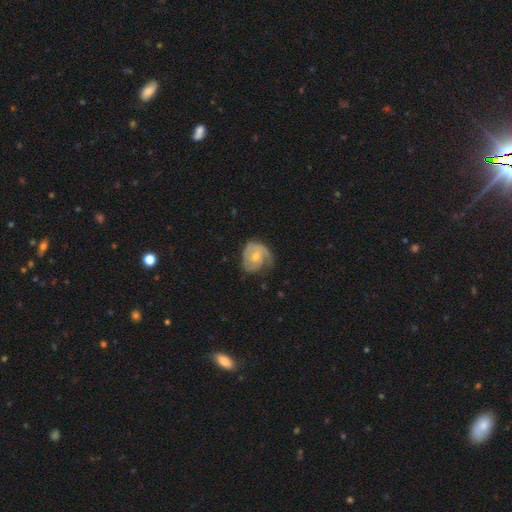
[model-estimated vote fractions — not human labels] Smooth or featured? Predicted: featured or disk (p=0.75). Edge-on disk? Predicted: no (p=0.98). Bar? Predicted: no (p=0.69). Spiral arms? Predicted: yes (p=0.92). Spiral winding? Predicted: tight (p=0.49). Spiral arm count? Predicted: 2 (p=0.42). Bulge size? Predicted: small (p=0.49). Merging? Predicted: none (p=0.56).